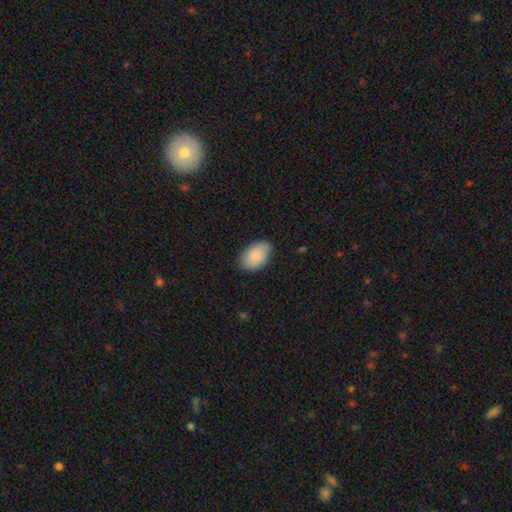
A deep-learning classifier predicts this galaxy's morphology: This appears to be a smooth galaxy with no disk features (86%) that is in between round and cigar-shaped (92%). Merging: none (80%).